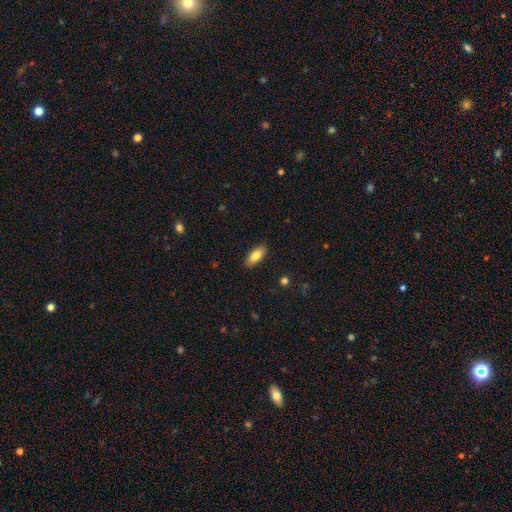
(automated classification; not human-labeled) smooth_or_featured: smooth (p=0.80) [alt: featured or disk p=0.13]
how_rounded: in between (p=0.80) [alt: cigar-shaped p=0.18]
merging: none (p=0.89) [alt: minor disturbance p=0.09]